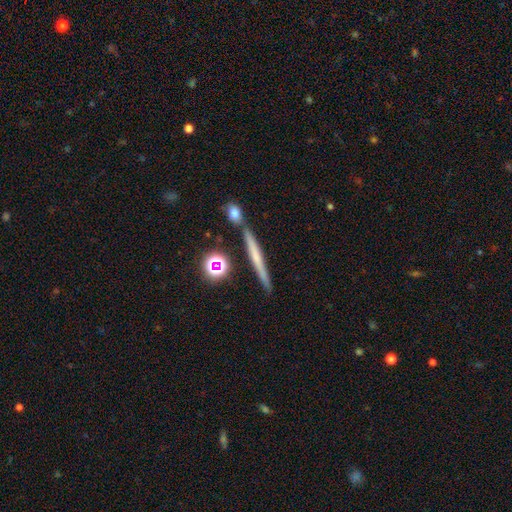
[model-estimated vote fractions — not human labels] Smooth or featured?
  - featured or disk: 47% *
  - smooth: 41%
  - star or artifact: 12%
Merging?
  - none: 80% *
  - minor disturbance: 9%
  - merger: 8%
  - major disturbance: 3%